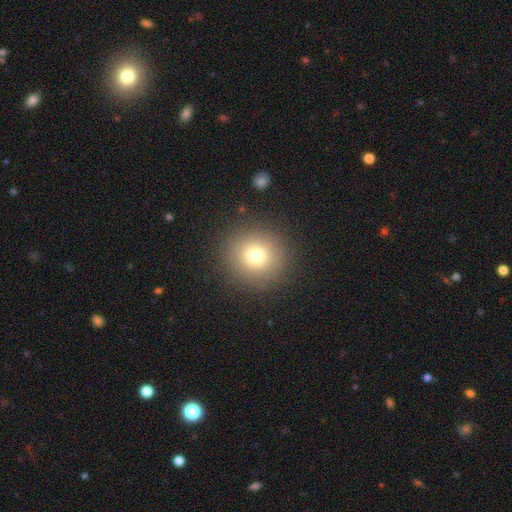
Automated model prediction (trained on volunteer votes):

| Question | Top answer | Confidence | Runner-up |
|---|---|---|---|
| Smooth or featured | smooth | 74% | star or artifact (15%) |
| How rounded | round | 94% | in between (5%) |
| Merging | none | 89% | minor disturbance (6%) |